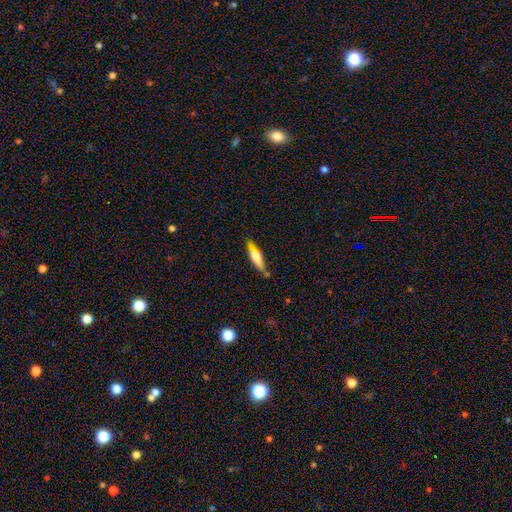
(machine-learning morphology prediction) Smooth or featured?
  - smooth: 55% *
  - featured or disk: 39%
  - star or artifact: 6%
How rounded?
  - cigar-shaped: 71% *
  - in between: 27%
  - round: 2%
Merging?
  - none: 75% *
  - minor disturbance: 16%
  - merger: 6%
  - major disturbance: 3%